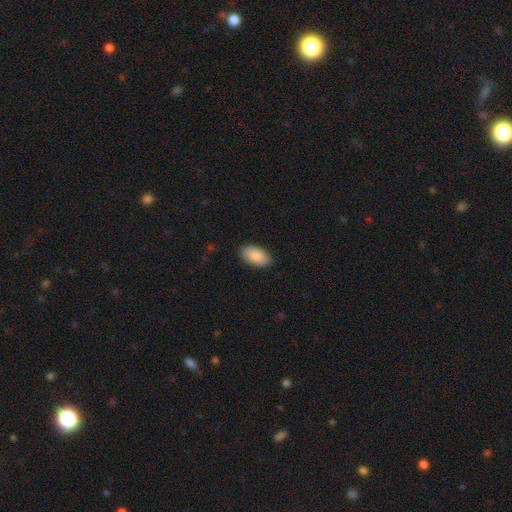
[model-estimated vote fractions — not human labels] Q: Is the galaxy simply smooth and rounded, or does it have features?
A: smooth — 90%.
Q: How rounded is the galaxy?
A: in between — 95%.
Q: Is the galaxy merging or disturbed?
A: none — 88%.